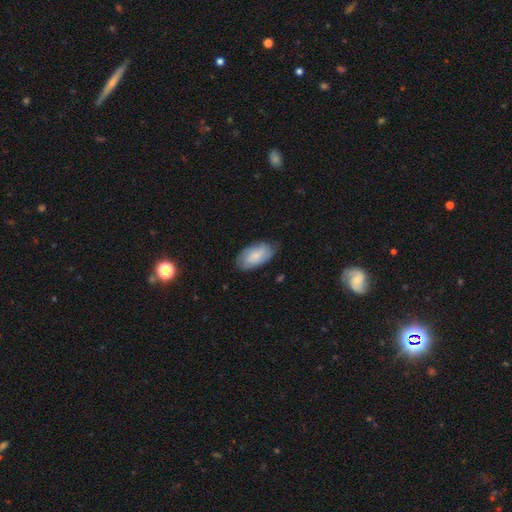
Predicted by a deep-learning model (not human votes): Q: Smooth or featured?
A: smooth (75%); runner-up: featured or disk (19%)
Q: How rounded?
A: in between (95%); runner-up: round (3%)
Q: Merging?
A: none (76%); runner-up: minor disturbance (19%)